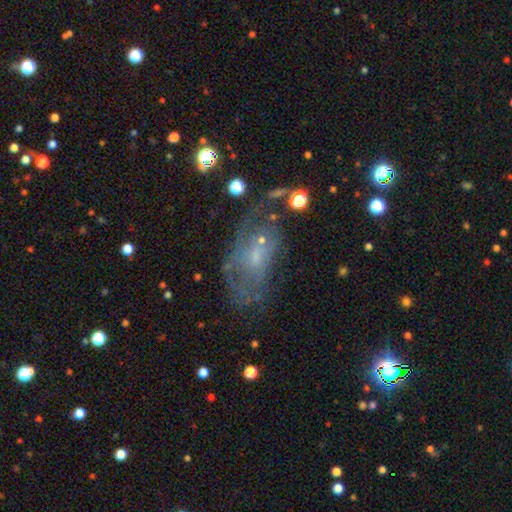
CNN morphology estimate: type=featured or disk (61%); edge-on=no (94%); bar=no (71%); spiral arms=yes (53%); bulge=small (54%); merging=none (40%).